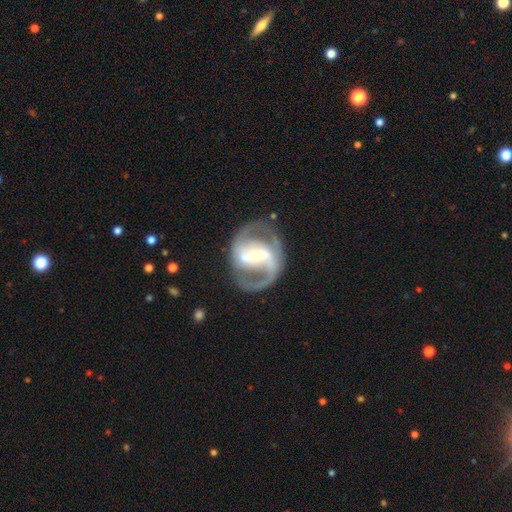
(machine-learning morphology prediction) The model was most divided on "bulge size": small: 48%, moderate: 37%, large: 9%, none: 4%, dominant: 2%. More confident: edge-on disk — no (97%); spiral arms — yes (94%); spiral arm count — 2 (90%); smooth or featured — featured or disk (88%); merging — none (76%); bar — strong (65%); spiral winding — medium (54%).